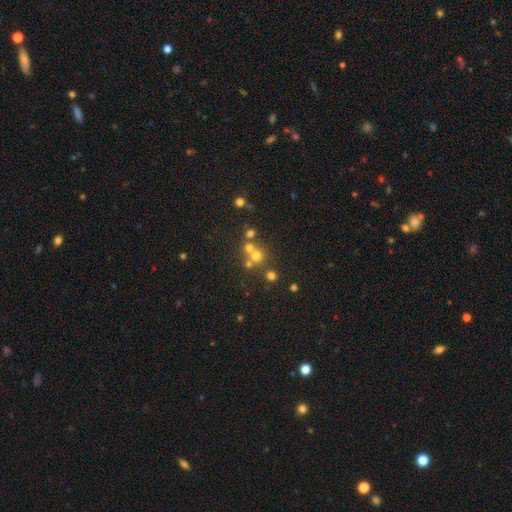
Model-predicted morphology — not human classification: type=smooth (62%); roundness=round (89%); merging=none (52%).